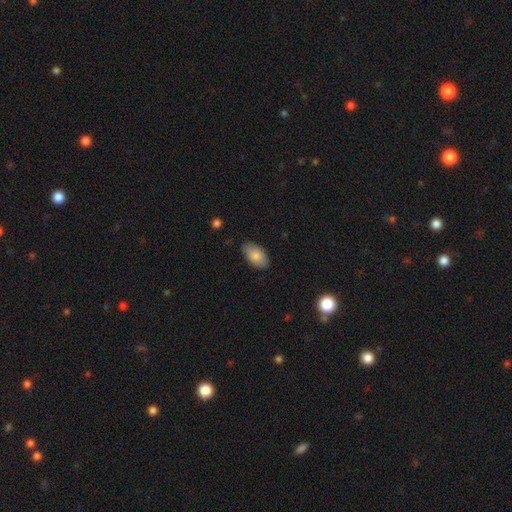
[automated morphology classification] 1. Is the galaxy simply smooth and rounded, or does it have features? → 84% smooth, 9% featured or disk, 7% star or artifact.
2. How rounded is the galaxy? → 94% in between, 5% round, 2% cigar-shaped.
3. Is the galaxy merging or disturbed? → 79% none, 17% minor disturbance, 3% major disturbance, 1% merger.